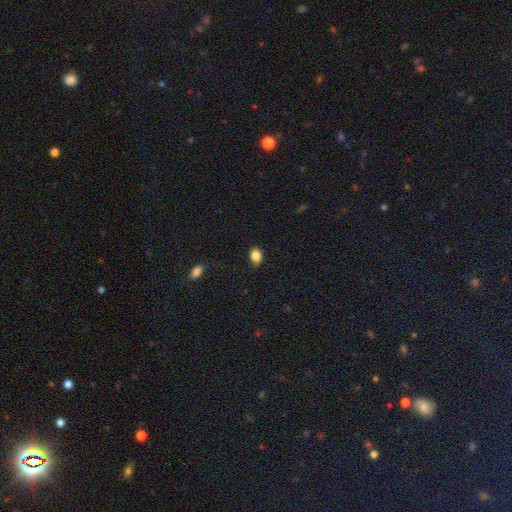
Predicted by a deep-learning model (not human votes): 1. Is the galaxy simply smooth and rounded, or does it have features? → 86% smooth, 10% star or artifact, 5% featured or disk.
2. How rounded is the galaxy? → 70% in between, 29% round, 1% cigar-shaped.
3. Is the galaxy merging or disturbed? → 77% none, 18% minor disturbance, 3% major disturbance, 1% merger.